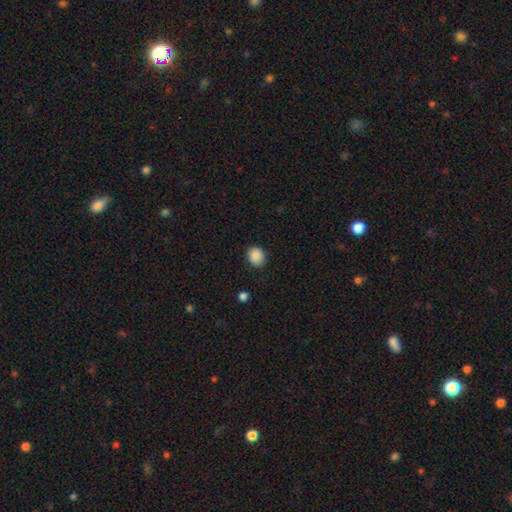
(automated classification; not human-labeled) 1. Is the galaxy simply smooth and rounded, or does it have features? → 88% smooth, 9% star or artifact, 3% featured or disk.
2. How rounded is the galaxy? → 69% round, 30% in between, 1% cigar-shaped.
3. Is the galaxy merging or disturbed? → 86% none, 11% minor disturbance, 3% major disturbance, 1% merger.